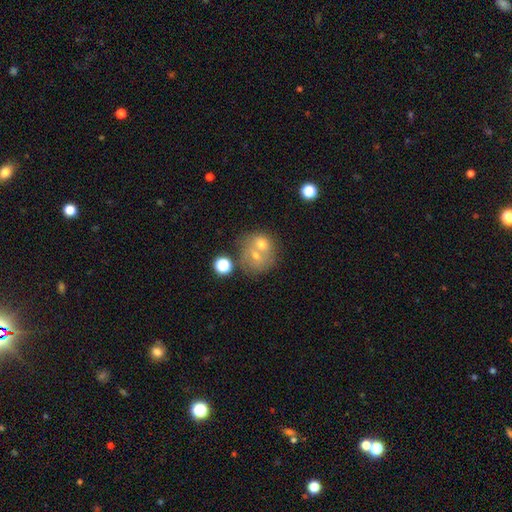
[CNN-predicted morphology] type=smooth (57%); roundness=round (77%); merging=merger (58%).